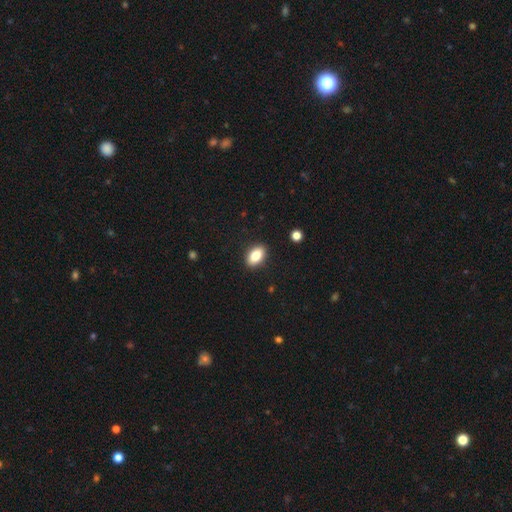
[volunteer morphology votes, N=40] Volunteers were most divided on "smooth or featured": smooth: 88%, featured or disk: 10%, star or artifact: 2%. More confident: how rounded — in between (100%); merging — none (95%).